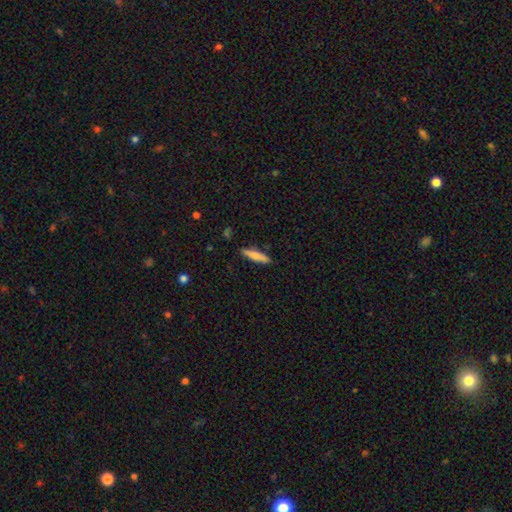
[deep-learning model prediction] This is likely a smooth galaxy (76%). How rounded: clearly cigar-shaped (82%). Merging: clearly none (86%).